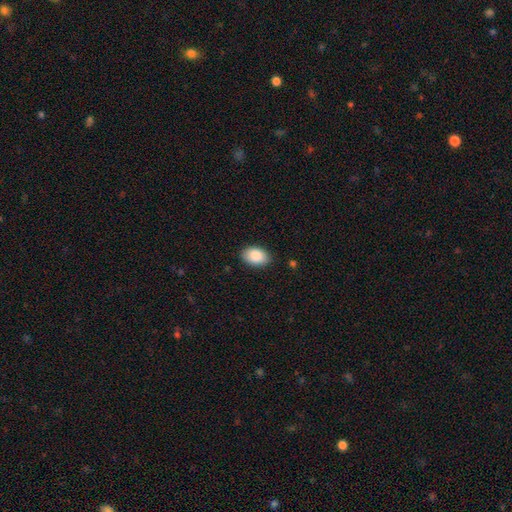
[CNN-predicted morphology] This is clearly a smooth galaxy (89%). How rounded: clearly in between (89%). Merging: clearly none (86%).